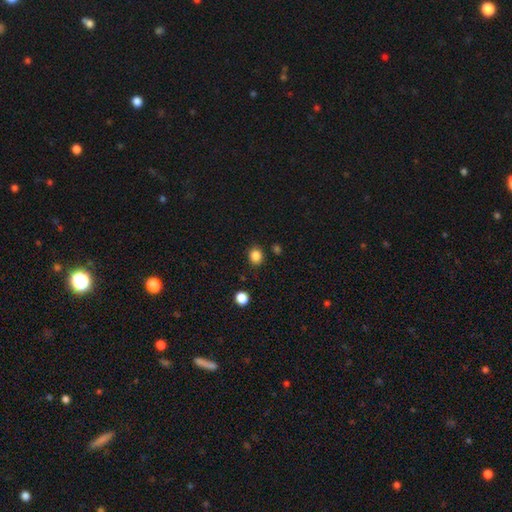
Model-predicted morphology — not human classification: A smooth galaxy with no disk features (85%) that is round (75%). Merging: none (87%).